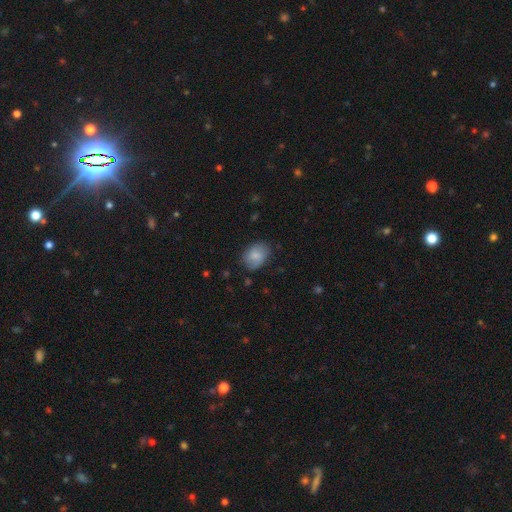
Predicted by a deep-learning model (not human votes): smooth-or-featured: smooth: 74% | featured or disk: 18% | star or artifact: 7%
  how-rounded: in between: 73% | round: 26% | cigar-shaped: 1%
  merging: none: 75% | minor disturbance: 19% | major disturbance: 5% | merger: 1%